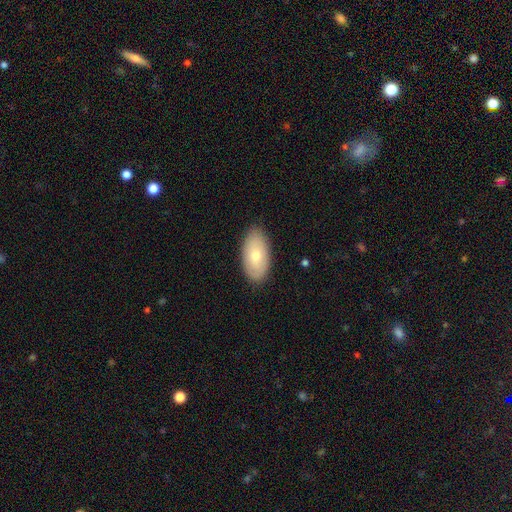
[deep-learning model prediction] A smooth galaxy with no disk features (68%) that is in between round and cigar-shaped (94%). Merging: none (87%).